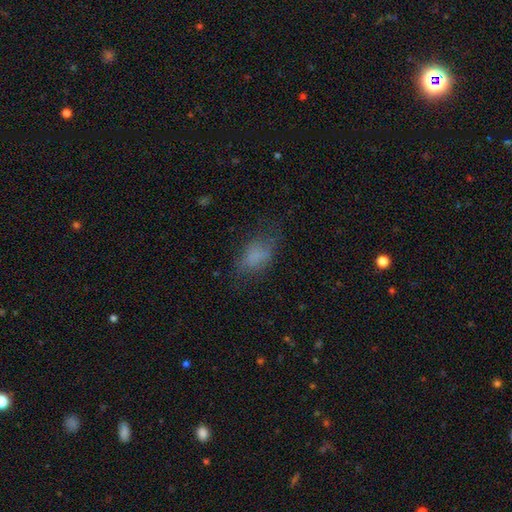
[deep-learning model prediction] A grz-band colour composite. It shows a smooth galaxy with no disk features (70%) that is in between round and cigar-shaped (85%). Merging: none (53%).